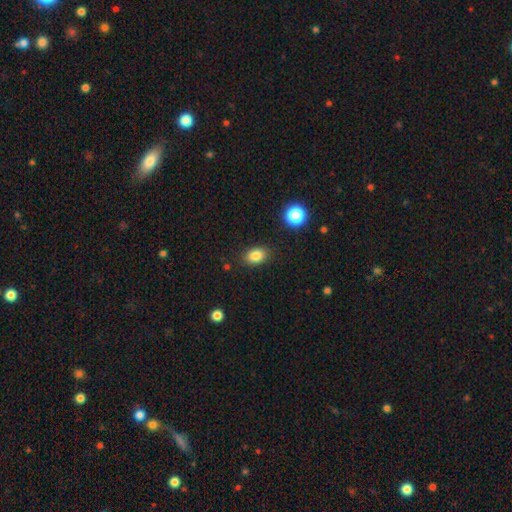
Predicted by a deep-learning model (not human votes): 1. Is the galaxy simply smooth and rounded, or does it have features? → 84% smooth, 10% star or artifact, 6% featured or disk.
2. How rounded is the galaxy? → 79% in between, 19% round, 1% cigar-shaped.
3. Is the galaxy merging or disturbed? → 86% none, 10% minor disturbance, 3% major disturbance, 2% merger.